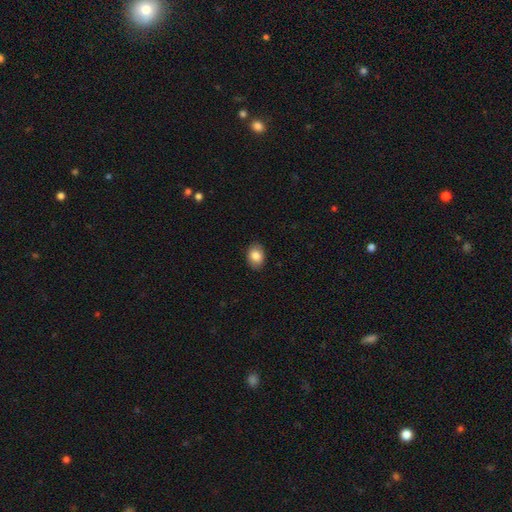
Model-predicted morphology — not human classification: smooth 85%, star or artifact 8%, featured or disk 7%. Down the decision tree: how rounded — in between (70%); merging — none (87%).